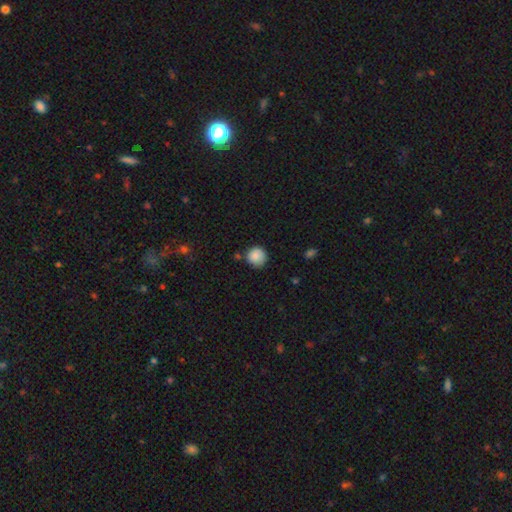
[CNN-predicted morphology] Smooth or featured: smooth — 87% (star or artifact — 8%)
How rounded: round — 93% (in between — 6%)
Merging: none — 77% (minor disturbance — 16%)